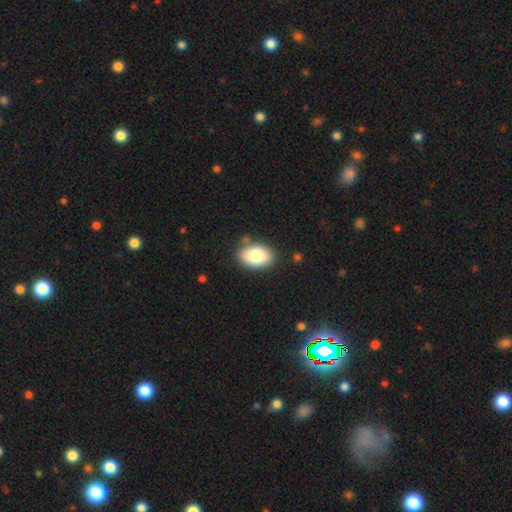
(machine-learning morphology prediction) Smooth or featured?
  - smooth: 82% *
  - featured or disk: 11%
  - star or artifact: 7%
How rounded?
  - in between: 88% *
  - round: 11%
  - cigar-shaped: 1%
Merging?
  - none: 82% *
  - minor disturbance: 12%
  - major disturbance: 3%
  - merger: 3%